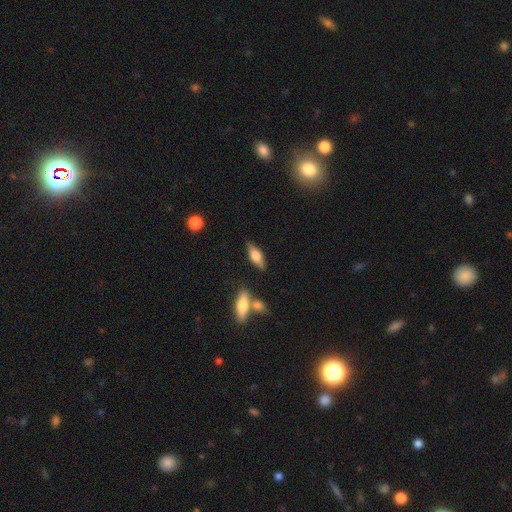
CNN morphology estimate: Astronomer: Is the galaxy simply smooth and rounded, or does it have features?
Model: smooth — 57% (runner-up: featured or disk, 37%).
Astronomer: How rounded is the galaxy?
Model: in between — 64%.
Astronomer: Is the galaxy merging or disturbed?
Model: none — 81%.